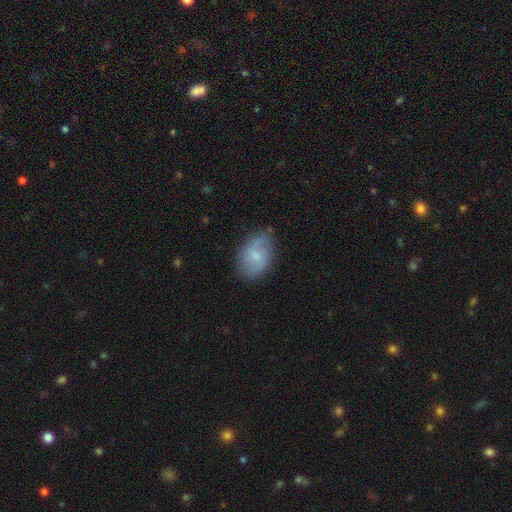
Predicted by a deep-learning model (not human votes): Morphology: type=smooth (60%); roundness=in between (86%); merging=none (70%).